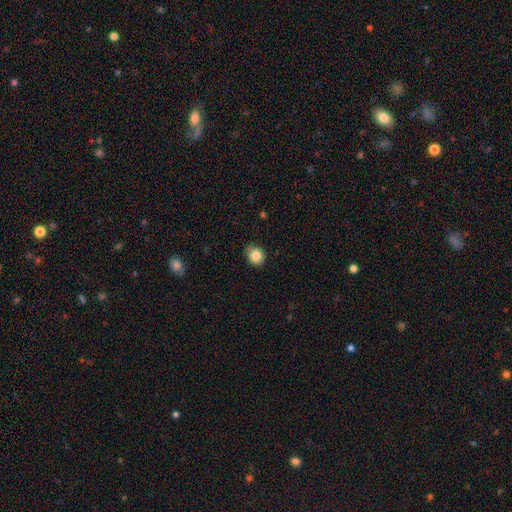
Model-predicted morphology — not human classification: Q: Smooth or featured?
A: smooth (84%); runner-up: star or artifact (9%)
Q: How rounded?
A: round (82%); runner-up: in between (17%)
Q: Merging?
A: none (79%); runner-up: minor disturbance (17%)